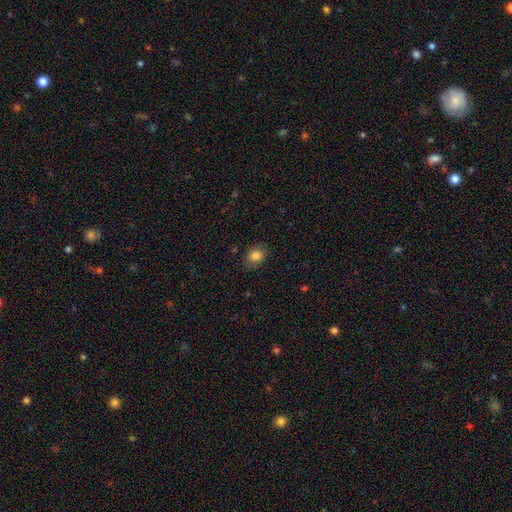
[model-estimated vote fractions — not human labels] Smooth or featured? smooth (84%)
How rounded? round (50%)
Merging? none (80%)